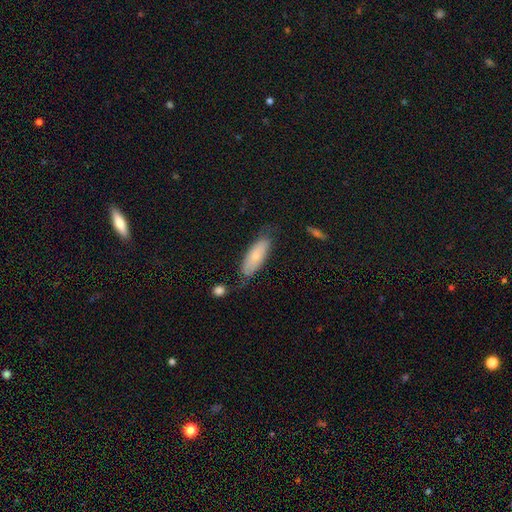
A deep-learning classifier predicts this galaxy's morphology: smooth_or_featured: smooth (p=0.66) [alt: featured or disk p=0.27]
how_rounded: in between (p=0.67) [alt: cigar-shaped p=0.31]
merging: none (p=0.65) [alt: minor disturbance p=0.25]